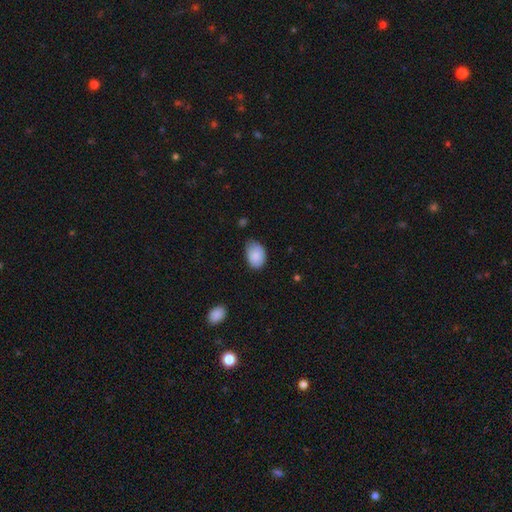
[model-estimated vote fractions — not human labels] The model was most divided on "merging": none: 62%, minor disturbance: 32%, major disturbance: 5%, merger: 2%. More confident: smooth or featured — smooth (87%); how rounded — in between (84%).